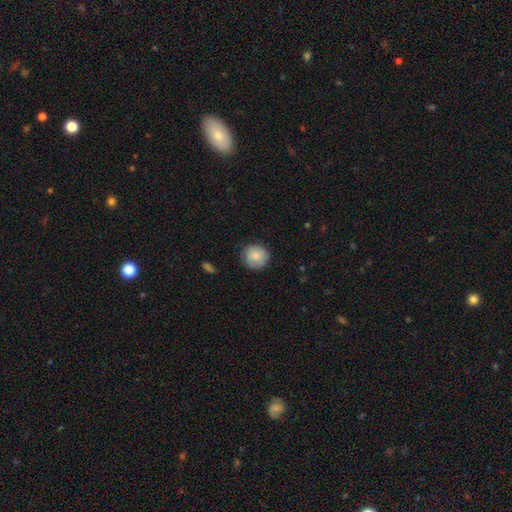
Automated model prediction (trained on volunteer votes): Smooth or featured? smooth (84%)
How rounded? round (91%)
Merging? none (81%)